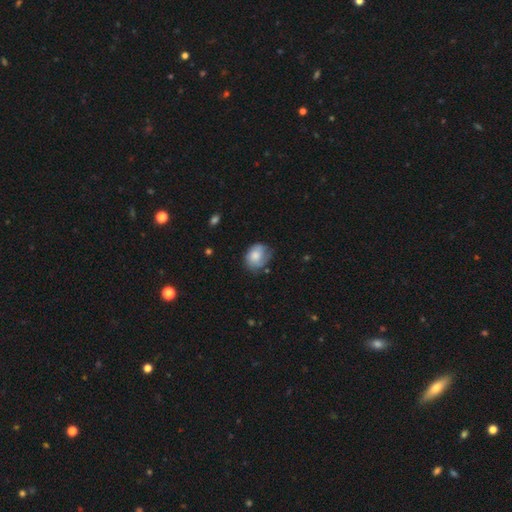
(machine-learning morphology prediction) type=smooth (65%); roundness=round (50%); merging=none (52%).